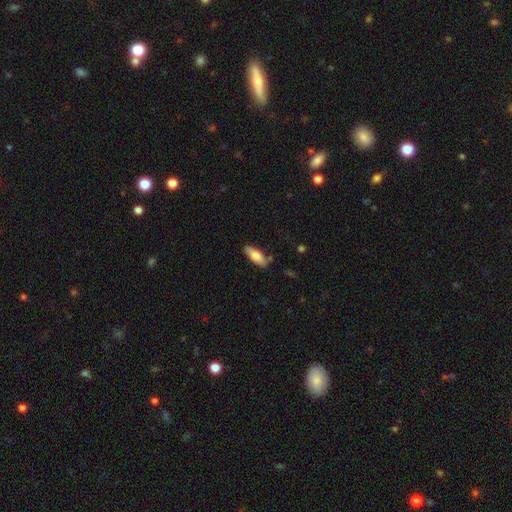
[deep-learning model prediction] A smooth galaxy with no disk features (74%) that is in between round and cigar-shaped (74%).

Vote fractions:
- Smooth or featured? smooth: 74% / featured or disk: 20% / star or artifact: 6%
- How rounded? in between: 74% / cigar-shaped: 24% / round: 2%
- Merging? none: 79% / minor disturbance: 15% / merger: 3% / major disturbance: 3%